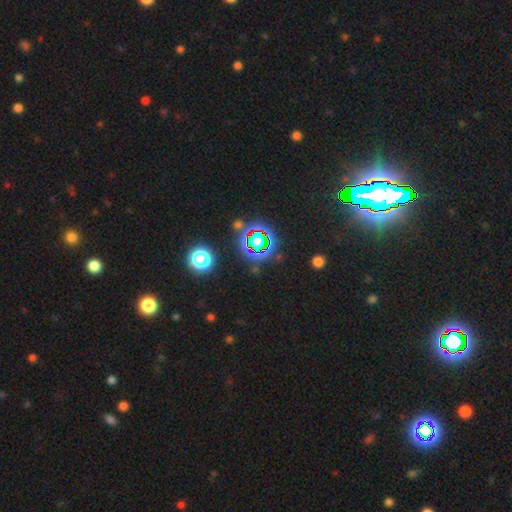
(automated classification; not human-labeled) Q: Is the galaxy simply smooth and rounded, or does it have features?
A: star or artifact — 80%.